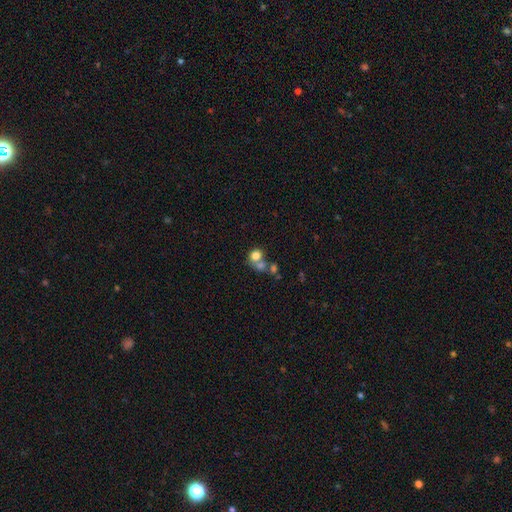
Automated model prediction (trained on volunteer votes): Overall: smooth (73%). How rounded: round (78%). Merging: merger (50%; none 37%).